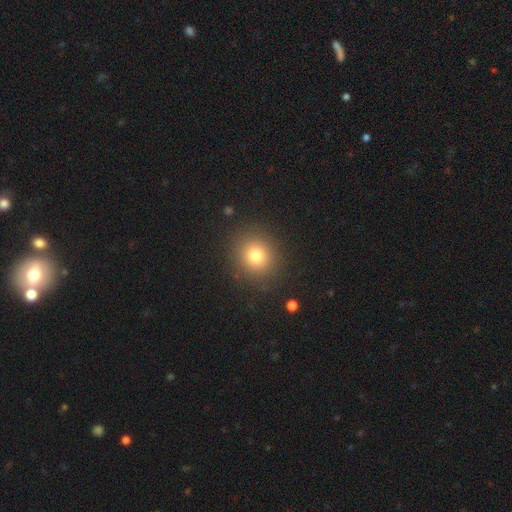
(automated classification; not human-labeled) Smooth or featured?
  - smooth: 77% *
  - star or artifact: 14%
  - featured or disk: 9%
How rounded?
  - round: 88% *
  - in between: 11%
  - cigar-shaped: 1%
Merging?
  - none: 89% *
  - minor disturbance: 7%
  - major disturbance: 3%
  - merger: 1%